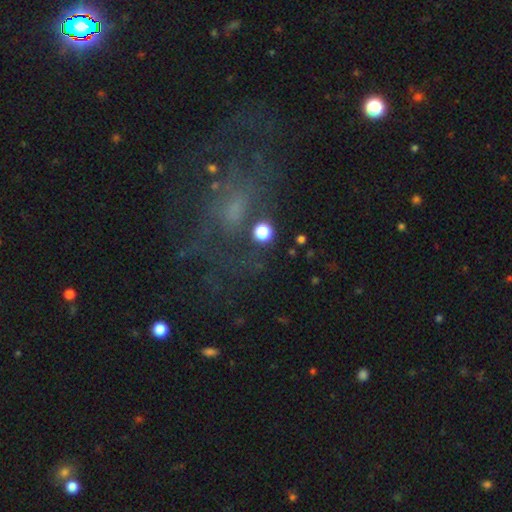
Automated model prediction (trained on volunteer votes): A featured or disk galaxy (55%) with no bar (70%), spiral arms (52%) and a small central bulge (42%).

Vote fractions:
- Smooth or featured? featured or disk: 55% / smooth: 23% / star or artifact: 22%
- Edge-on disk? no: 95% / yes: 5%
- Bar? no: 70% / weak: 25% / strong: 6%
- Spiral arms? yes: 52% / no: 48%
- Bulge size? small: 42% / moderate: 27% / none: 26% / large: 4% / dominant: 2%
- Merging? none: 55% / major disturbance: 24% / minor disturbance: 17% / merger: 4%